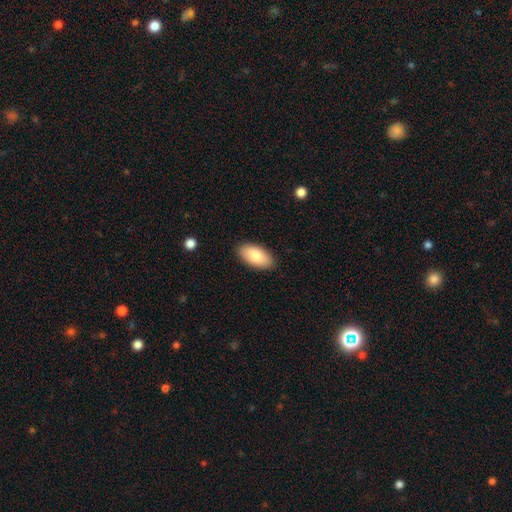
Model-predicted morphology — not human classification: smooth_or_featured: smooth (p=0.82) [alt: featured or disk p=0.12]
how_rounded: in between (p=0.95) [alt: cigar-shaped p=0.03]
merging: none (p=0.88) [alt: minor disturbance p=0.09]